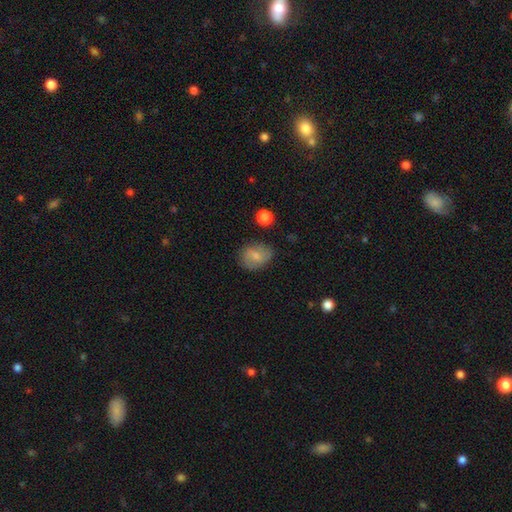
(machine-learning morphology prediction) A smooth galaxy with no disk features (66%) that is in between round and cigar-shaped (56%). Merging: none (69%).